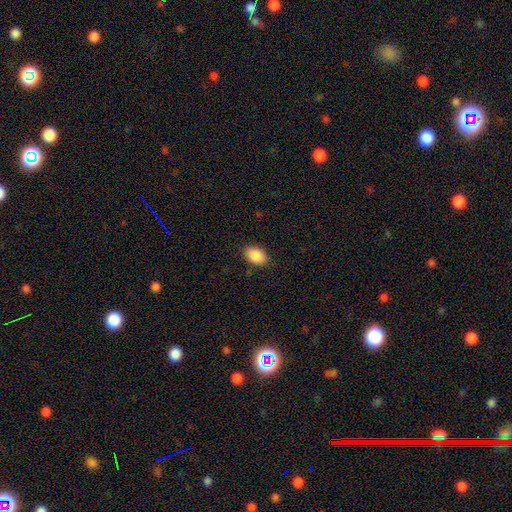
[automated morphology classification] Smooth or featured: smooth — 89% (star or artifact — 7%)
How rounded: in between — 81% (round — 18%)
Merging: none — 87% (minor disturbance — 9%)